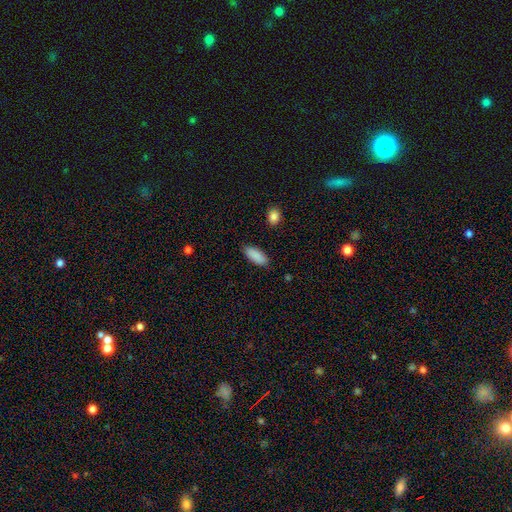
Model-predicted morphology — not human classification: Smooth or featured?
  - smooth: 90% *
  - star or artifact: 6%
  - featured or disk: 4%
How rounded?
  - in between: 81% *
  - cigar-shaped: 17%
  - round: 2%
Merging?
  - none: 87% *
  - minor disturbance: 10%
  - major disturbance: 2%
  - merger: 1%